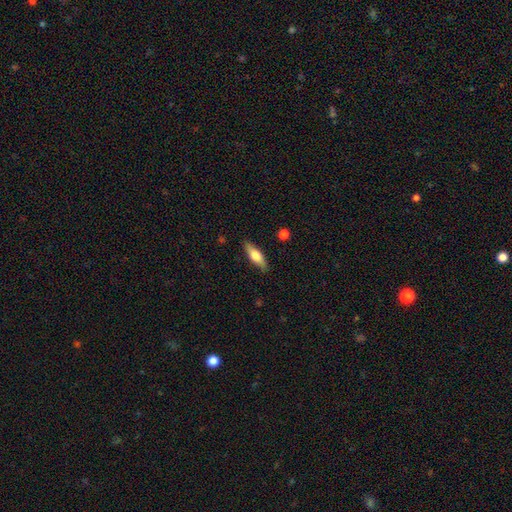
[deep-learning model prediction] Smooth or featured? smooth (61%)
How rounded? in between (54%)
Merging? none (86%)